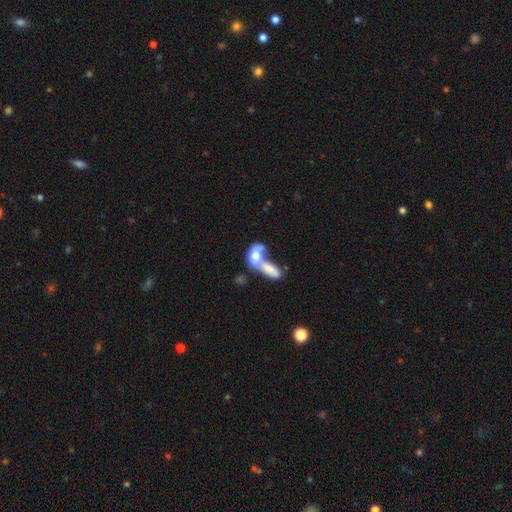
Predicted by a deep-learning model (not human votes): The model was most divided on "smooth or featured": smooth: 65%, featured or disk: 27%, star or artifact: 7%. More confident: how rounded — in between (83%); merging — merger (75%).